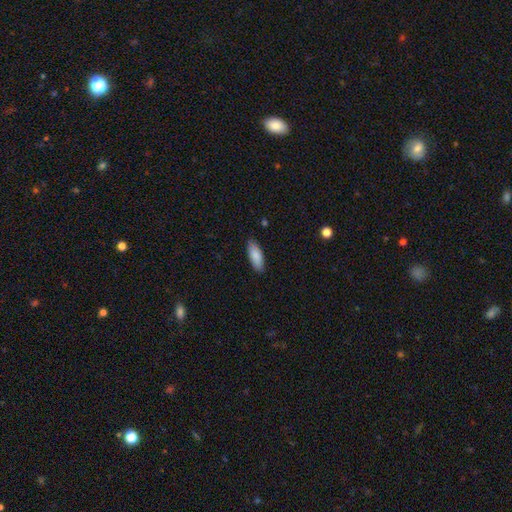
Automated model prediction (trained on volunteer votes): The model was most divided on "how rounded": in between: 75%, cigar-shaped: 23%, round: 2%. More confident: smooth or featured — smooth (87%); merging — none (85%).